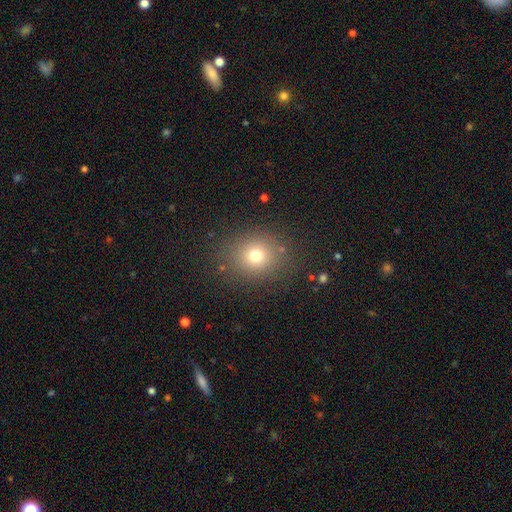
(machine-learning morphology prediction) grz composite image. It shows a smooth galaxy with no disk features (72%) that is round (76%). Merging: none (85%).